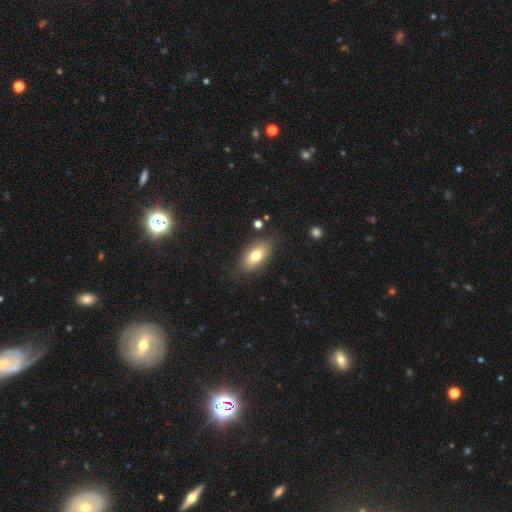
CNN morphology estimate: Smooth or featured? smooth (74%)
How rounded? in between (89%)
Merging? none (80%)